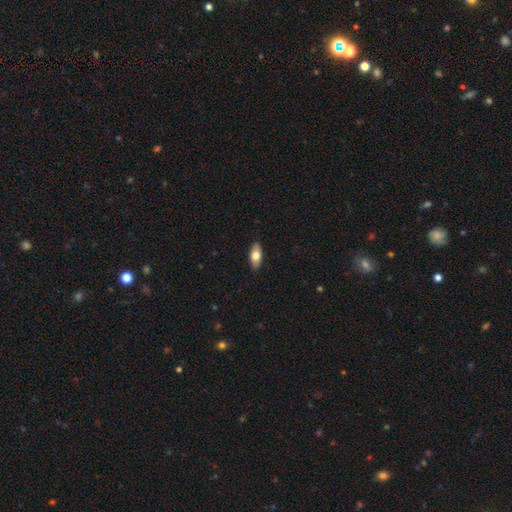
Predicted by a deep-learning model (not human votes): Q: Smooth or featured?
A: smooth (72%); runner-up: featured or disk (22%)
Q: How rounded?
A: in between (87%); runner-up: cigar-shaped (10%)
Q: Merging?
A: none (88%); runner-up: minor disturbance (9%)